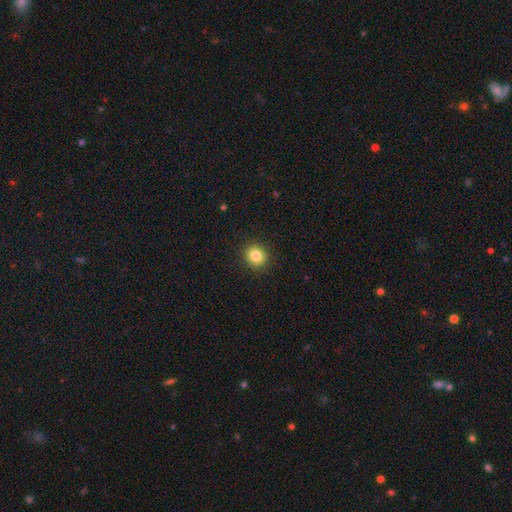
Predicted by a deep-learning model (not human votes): Overall: smooth (84%). How rounded: round (83%). Merging: none (91%).